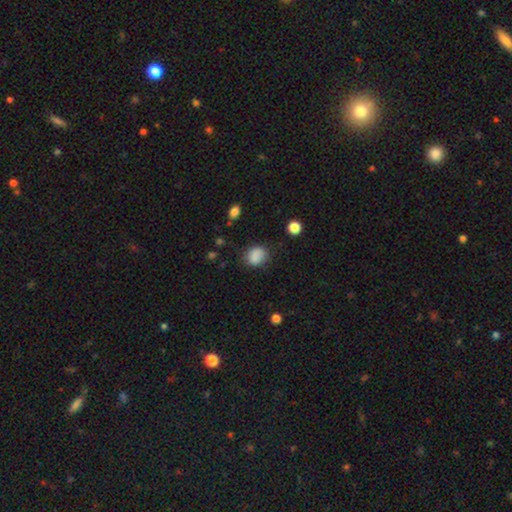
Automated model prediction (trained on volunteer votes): This is clearly a smooth galaxy (84%). How rounded: possibly round (52%). Merging: likely none (70%).